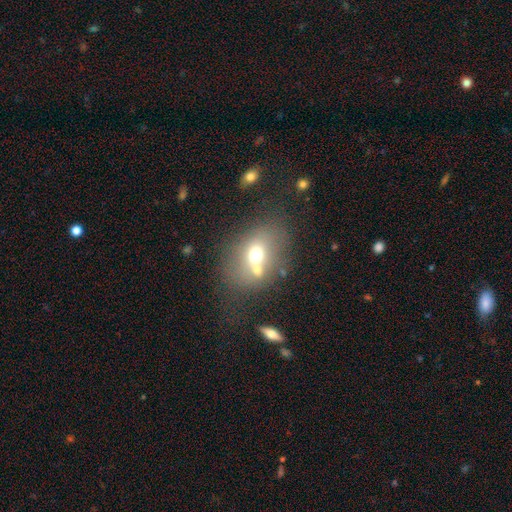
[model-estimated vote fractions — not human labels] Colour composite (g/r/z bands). It shows a smooth galaxy with no disk features (59%) that is in between round and cigar-shaped (62%). Merging: none (45%).